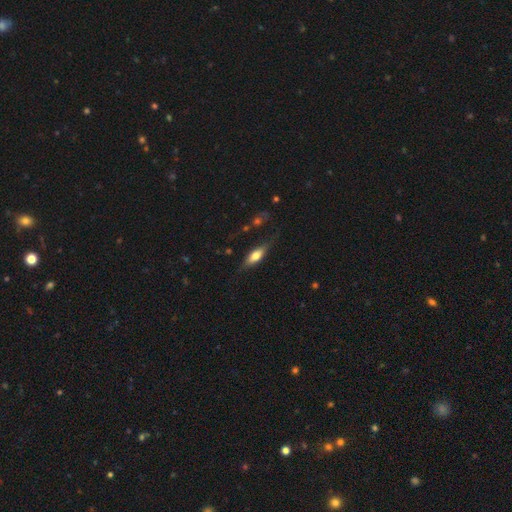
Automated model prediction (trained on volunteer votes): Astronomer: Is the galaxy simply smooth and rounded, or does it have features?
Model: smooth — 60%.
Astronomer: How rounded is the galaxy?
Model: in between — 58% (runner-up: cigar-shaped, 39%).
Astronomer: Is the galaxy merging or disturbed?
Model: none — 69%.